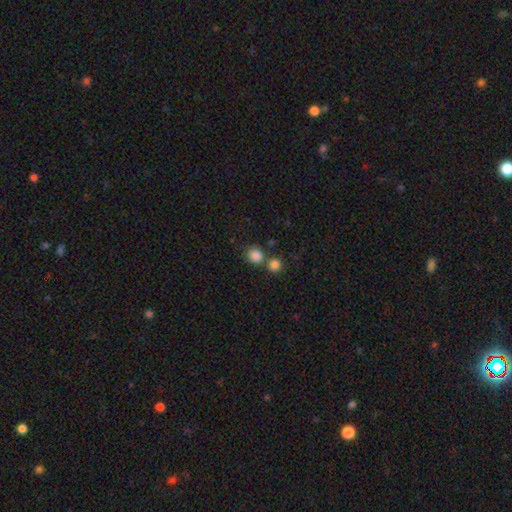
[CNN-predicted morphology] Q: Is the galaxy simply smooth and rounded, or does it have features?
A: smooth — 85%.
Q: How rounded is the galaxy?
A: round — 85%.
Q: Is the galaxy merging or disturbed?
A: none — 63%.